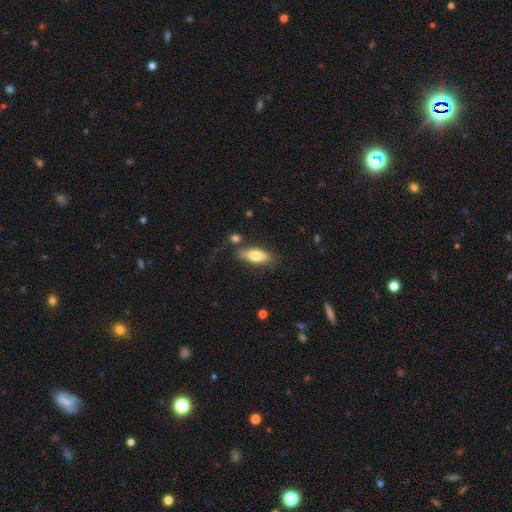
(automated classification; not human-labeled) Smooth or featured: smooth — 68% (featured or disk — 25%)
How rounded: in between — 65% (cigar-shaped — 32%)
Merging: none — 75% (minor disturbance — 16%)